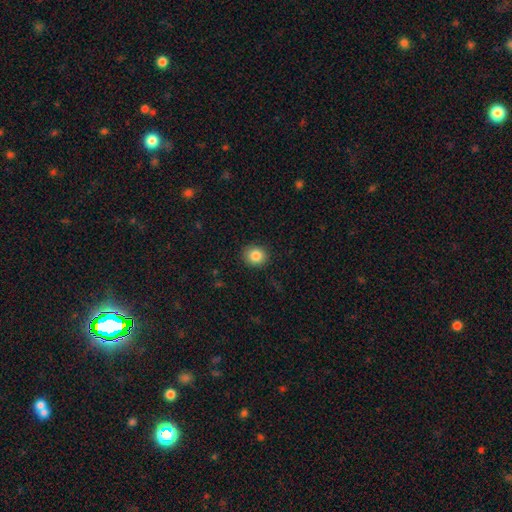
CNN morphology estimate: Q: Smooth or featured?
A: smooth (86%); runner-up: star or artifact (9%)
Q: How rounded?
A: round (82%); runner-up: in between (17%)
Q: Merging?
A: none (89%); runner-up: minor disturbance (8%)